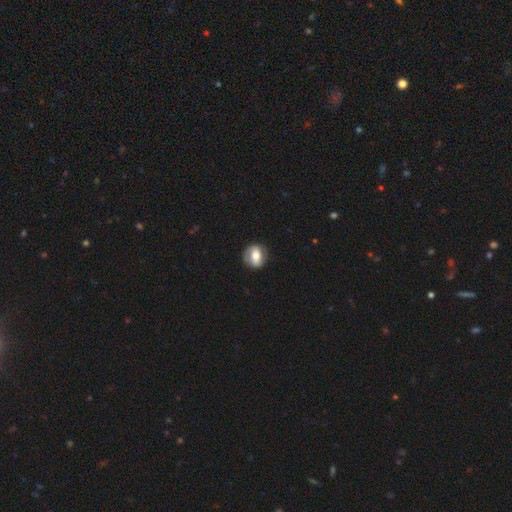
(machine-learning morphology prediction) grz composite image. It shows a smooth galaxy with no disk features (47%). Merging: none (80%).